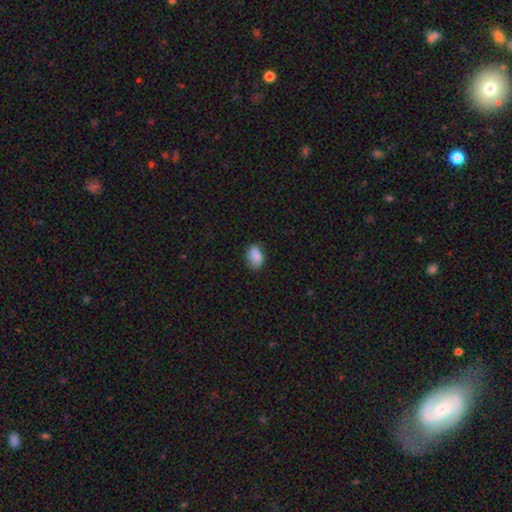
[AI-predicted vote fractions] smooth_or_featured: smooth (p=0.83) [alt: star or artifact p=0.09]
how_rounded: in between (p=0.82) [alt: round p=0.16]
merging: none (p=0.64) [alt: minor disturbance p=0.25]